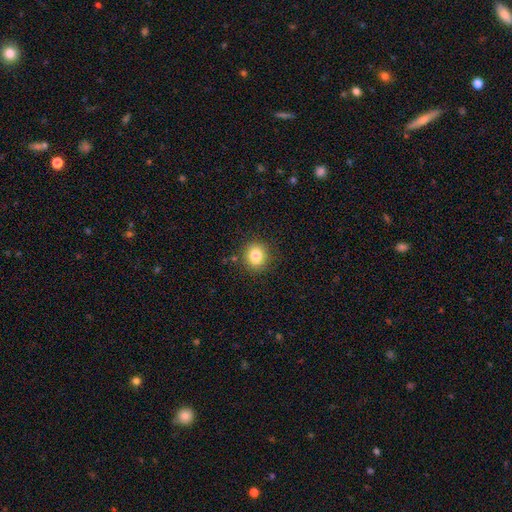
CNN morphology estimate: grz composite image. It shows a smooth galaxy with no disk features (83%) that is round (81%). Merging: none (87%).